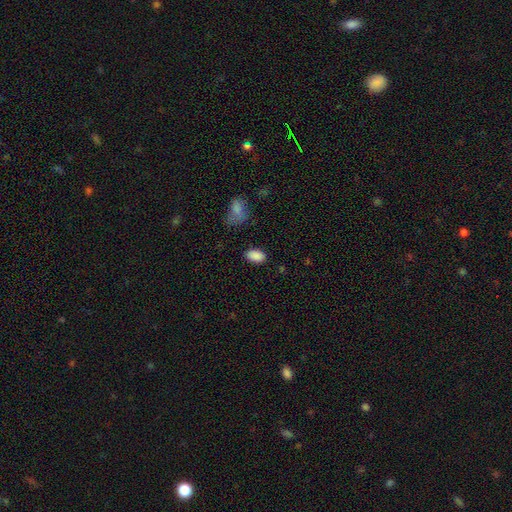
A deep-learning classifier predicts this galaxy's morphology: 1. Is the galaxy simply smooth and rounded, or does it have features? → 89% smooth, 8% star or artifact, 4% featured or disk.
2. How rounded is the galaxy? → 92% in between, 7% round, 1% cigar-shaped.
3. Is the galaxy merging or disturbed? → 82% none, 13% minor disturbance, 3% major disturbance, 2% merger.